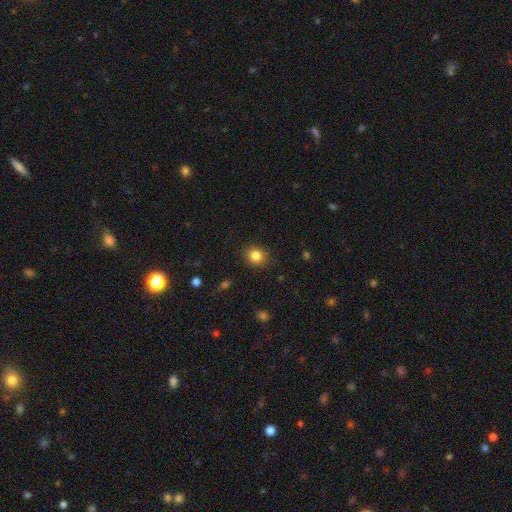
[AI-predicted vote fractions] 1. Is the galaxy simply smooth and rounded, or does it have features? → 84% smooth, 11% star or artifact, 6% featured or disk.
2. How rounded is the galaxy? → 76% round, 23% in between, 1% cigar-shaped.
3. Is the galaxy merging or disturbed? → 89% none, 8% minor disturbance, 2% major disturbance, 1% merger.